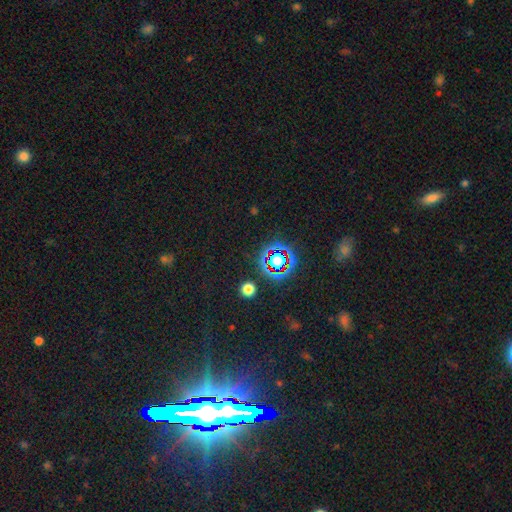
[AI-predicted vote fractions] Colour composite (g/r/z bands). It shows a star or artifact, not a galaxy (79%).